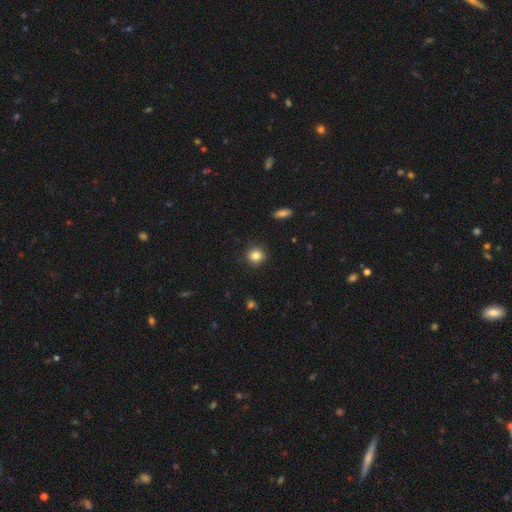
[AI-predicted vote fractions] Smooth or featured? Predicted: smooth (p=0.84). How rounded? Predicted: round (p=0.90). Merging? Predicted: none (p=0.90).